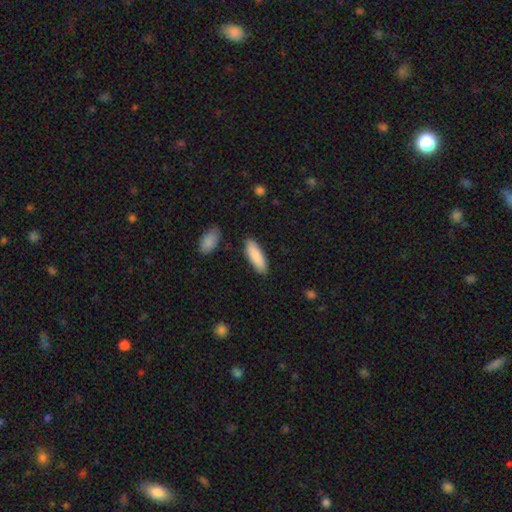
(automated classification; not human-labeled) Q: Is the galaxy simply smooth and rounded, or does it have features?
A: smooth — 87%.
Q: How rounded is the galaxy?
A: in between — 54%.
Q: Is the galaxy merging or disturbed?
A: none — 87%.